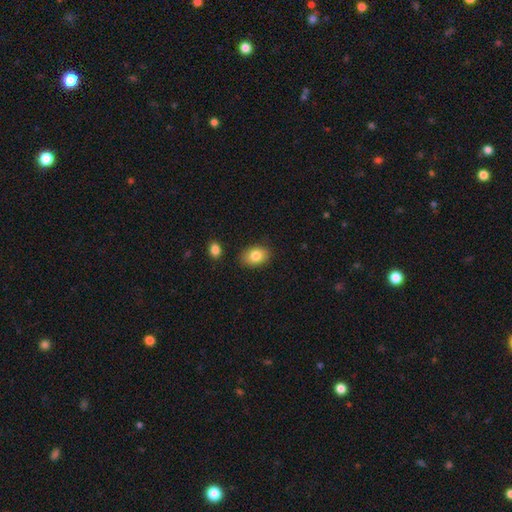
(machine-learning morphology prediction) Smooth or featured? smooth (84%)
How rounded? in between (81%)
Merging? none (85%)